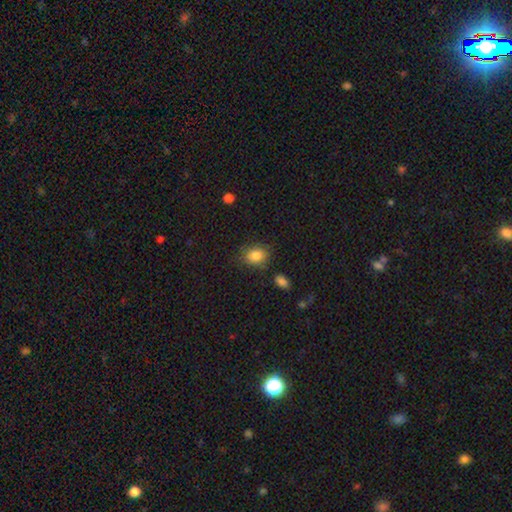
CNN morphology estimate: The model was most divided on "how rounded": in between: 55%, round: 44%, cigar-shaped: 1%. More confident: smooth or featured — smooth (84%); merging — none (77%).